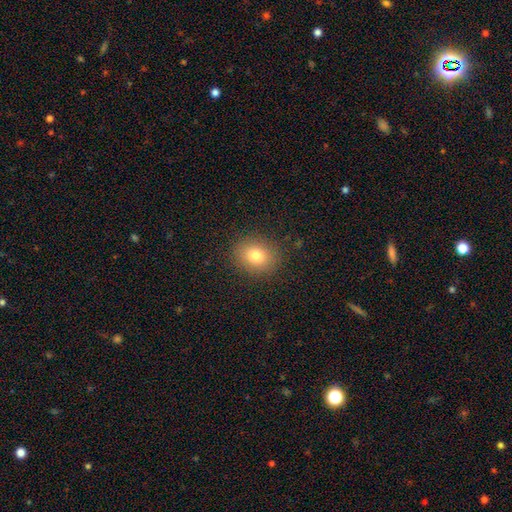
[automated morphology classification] This is likely a smooth galaxy (79%). How rounded: likely round (63%). Merging: clearly none (89%).